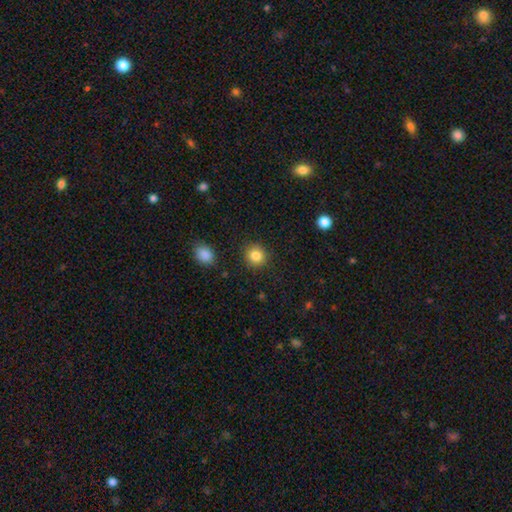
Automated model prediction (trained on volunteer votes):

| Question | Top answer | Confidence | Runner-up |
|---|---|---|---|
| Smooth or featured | smooth | 85% | star or artifact (10%) |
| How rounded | round | 91% | in between (8%) |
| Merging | none | 90% | minor disturbance (6%) |